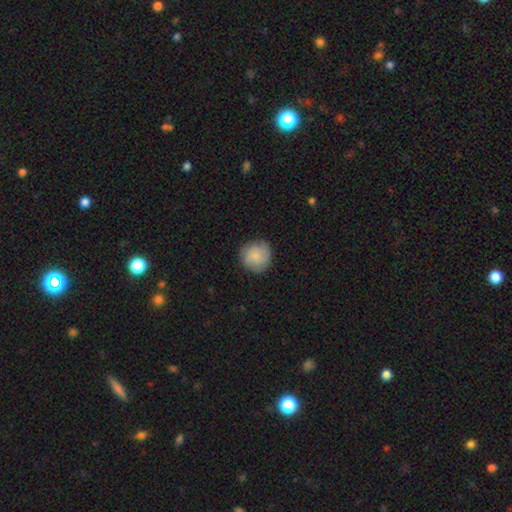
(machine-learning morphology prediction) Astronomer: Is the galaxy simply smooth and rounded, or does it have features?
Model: smooth — 82%.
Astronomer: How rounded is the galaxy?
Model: round — 92%.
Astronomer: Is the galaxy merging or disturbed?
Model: none — 83%.